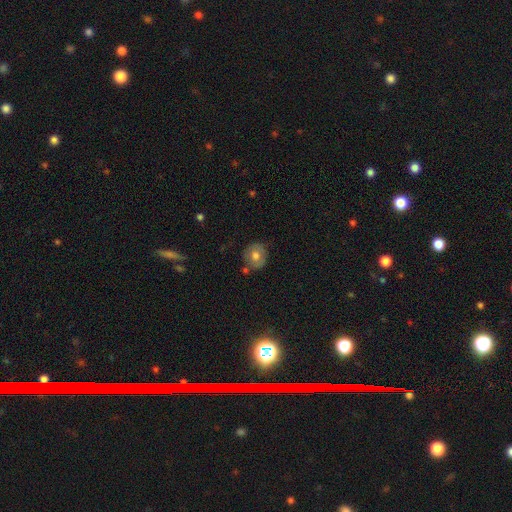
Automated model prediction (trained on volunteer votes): Smooth or featured? Predicted: smooth (p=0.69). How rounded? Predicted: round (p=0.82). Merging? Predicted: none (p=0.76).